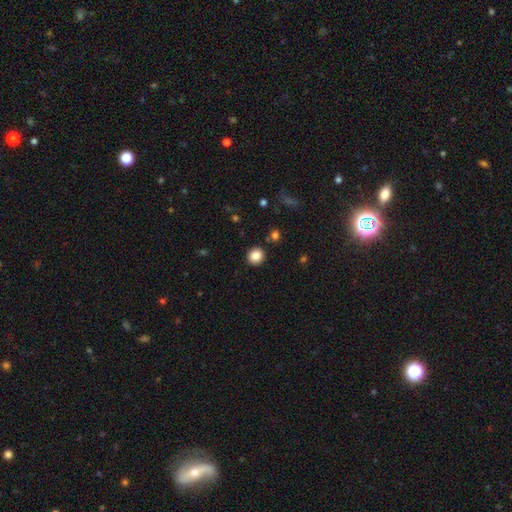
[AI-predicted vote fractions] Smooth or featured: smooth — 85% (star or artifact — 10%)
How rounded: round — 88% (in between — 11%)
Merging: none — 90% (minor disturbance — 6%)